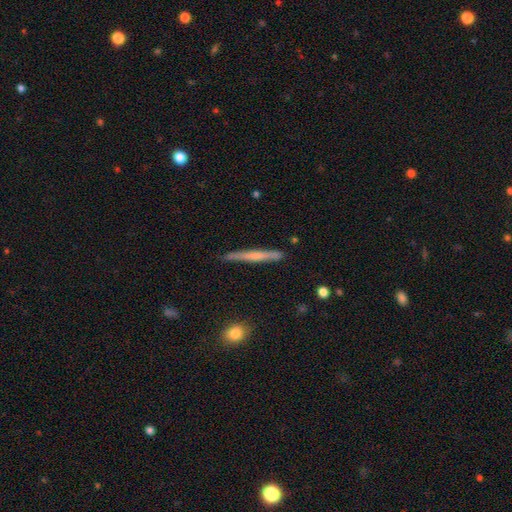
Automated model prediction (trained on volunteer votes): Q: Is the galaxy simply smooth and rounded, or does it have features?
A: smooth — 47%, tied with featured or disk.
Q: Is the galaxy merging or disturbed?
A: none — 85%.